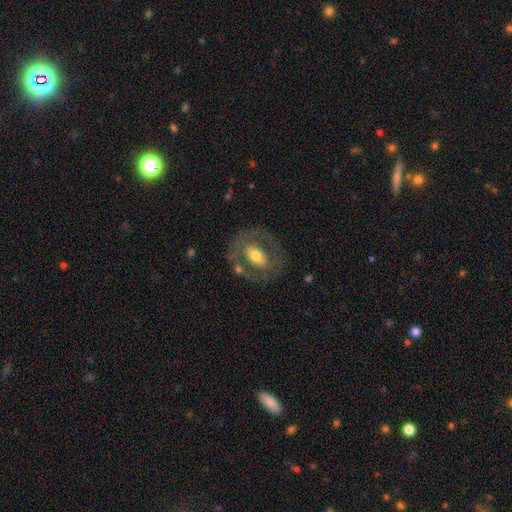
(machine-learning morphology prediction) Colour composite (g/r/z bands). It shows a featured or disk galaxy (54%). Merging: none (69%).